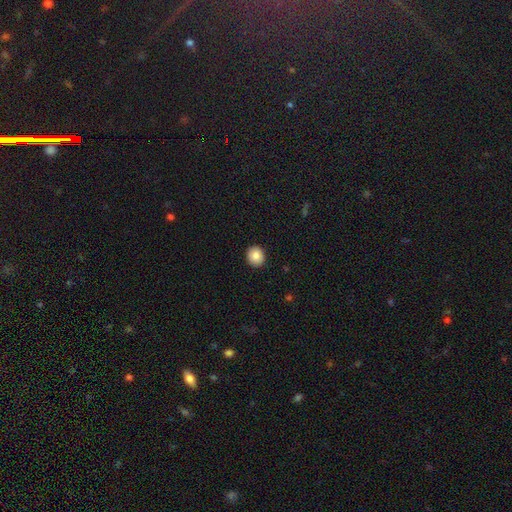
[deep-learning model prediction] Q: Smooth or featured?
A: smooth (85%); runner-up: star or artifact (8%)
Q: How rounded?
A: round (82%); runner-up: in between (17%)
Q: Merging?
A: none (92%); runner-up: minor disturbance (6%)